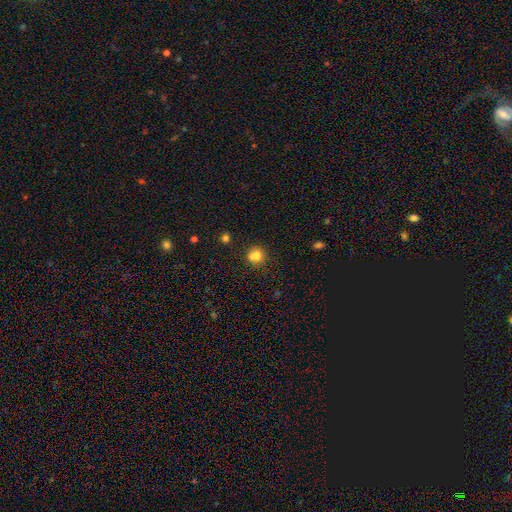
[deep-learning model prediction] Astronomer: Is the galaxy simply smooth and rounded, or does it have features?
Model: smooth — 76%.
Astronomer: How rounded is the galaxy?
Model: round — 83%.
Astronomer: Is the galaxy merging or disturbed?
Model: none — 52% (runner-up: merger, 32%).